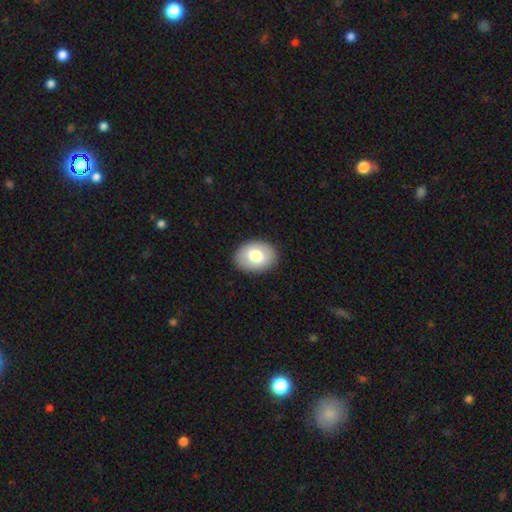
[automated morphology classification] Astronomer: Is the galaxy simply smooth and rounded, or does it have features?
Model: smooth — 72%.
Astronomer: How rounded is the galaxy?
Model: in between — 70%.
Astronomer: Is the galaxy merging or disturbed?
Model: none — 89%.